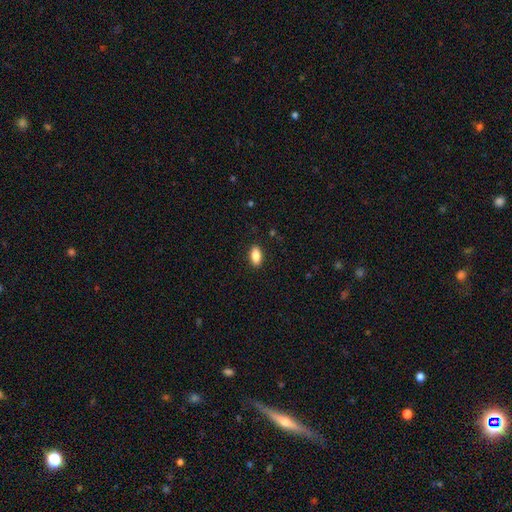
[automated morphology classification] A smooth galaxy with no disk features (86%) that is in between round and cigar-shaped (90%).

Vote fractions:
- Smooth or featured? smooth: 86% / star or artifact: 7% / featured or disk: 7%
- How rounded? in between: 90% / cigar-shaped: 6% / round: 4%
- Merging? none: 89% / minor disturbance: 8% / major disturbance: 2% / merger: 1%